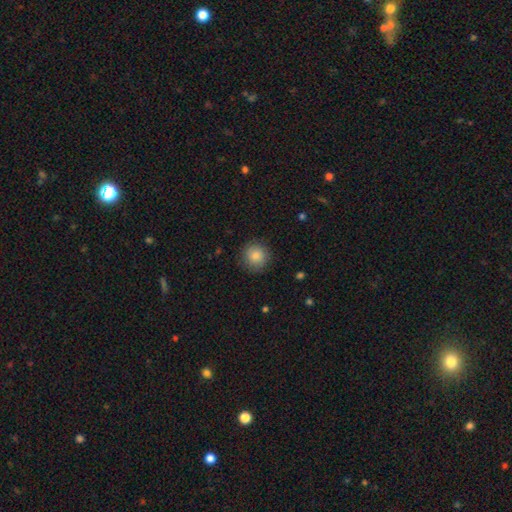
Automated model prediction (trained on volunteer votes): A smooth galaxy with no disk features (84%) that is round (93%).

Vote fractions:
- Smooth or featured? smooth: 84% / star or artifact: 9% / featured or disk: 7%
- How rounded? round: 93% / in between: 6% / cigar-shaped: 1%
- Merging? none: 88% / minor disturbance: 8% / major disturbance: 2% / merger: 1%